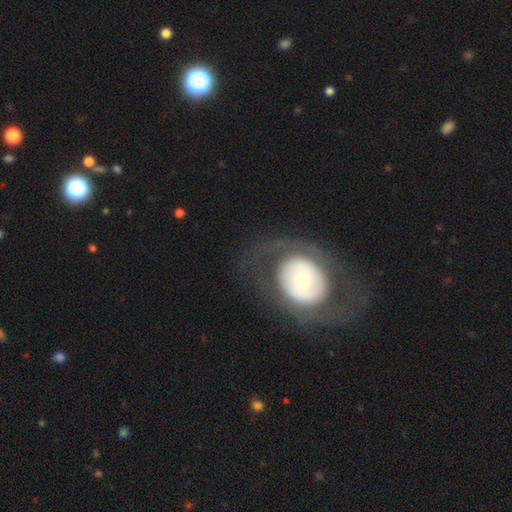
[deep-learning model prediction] Smooth or featured? Predicted: featured or disk (p=0.70). Edge-on disk? Predicted: no (p=0.94). Bar? Predicted: no (p=0.69). Spiral arms? Predicted: yes (p=0.54). Bulge size? Predicted: small (p=0.50). Merging? Predicted: none (p=0.72).